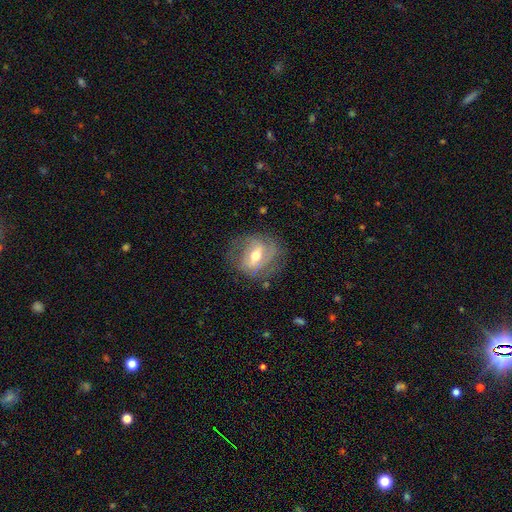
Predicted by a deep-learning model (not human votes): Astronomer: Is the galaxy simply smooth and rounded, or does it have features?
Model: featured or disk — 75%.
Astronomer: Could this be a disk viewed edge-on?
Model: no — 94%.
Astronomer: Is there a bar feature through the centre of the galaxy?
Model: weak — 42% (runner-up: strong, 41%).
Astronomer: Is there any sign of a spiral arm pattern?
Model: yes — 82%.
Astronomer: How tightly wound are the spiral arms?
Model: tight — 43% (runner-up: medium, 39%).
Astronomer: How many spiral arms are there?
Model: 2 — 54%.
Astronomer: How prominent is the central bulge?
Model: moderate — 72%.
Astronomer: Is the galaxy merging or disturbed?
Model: none — 68%.